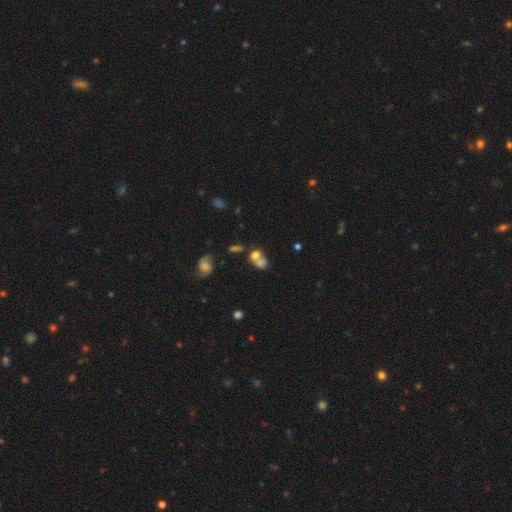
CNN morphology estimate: This appears to be a smooth galaxy with no disk features (69%) that is in between round and cigar-shaped (52%). Merging: merger (58%).